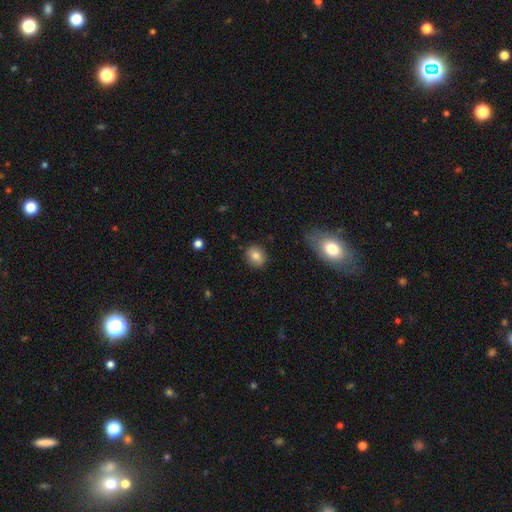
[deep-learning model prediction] Smooth or featured: smooth — 81% (featured or disk — 10%)
How rounded: round — 58% (in between — 40%)
Merging: none — 87% (minor disturbance — 9%)